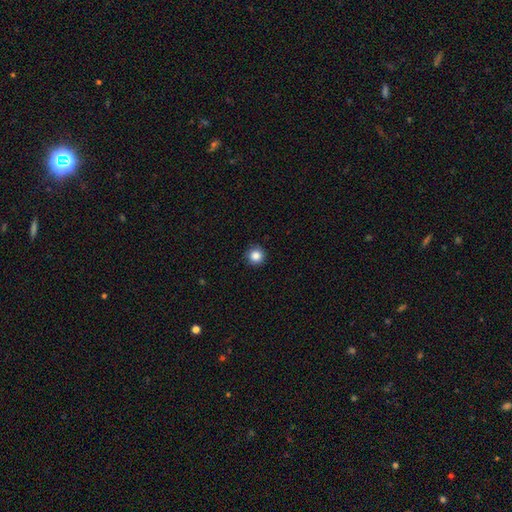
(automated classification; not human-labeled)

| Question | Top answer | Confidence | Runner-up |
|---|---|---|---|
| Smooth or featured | smooth | 85% | star or artifact (11%) |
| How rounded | round | 96% | in between (3%) |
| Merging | none | 91% | minor disturbance (6%) |